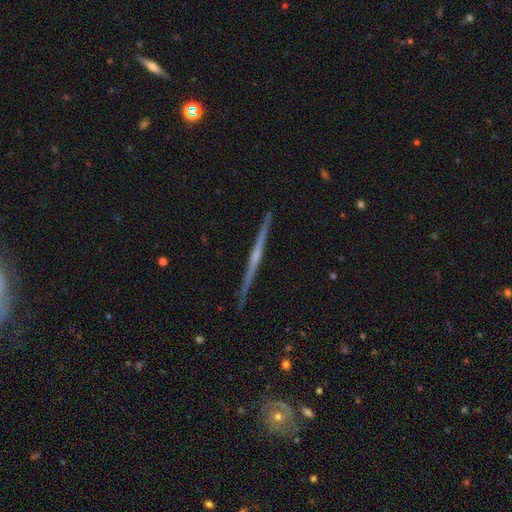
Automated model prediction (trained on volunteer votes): Smooth or featured?
  - featured or disk: 81% *
  - smooth: 13%
  - star or artifact: 6%
Edge-on disk?
  - yes: 99% *
  - no: 1%
Edge-on bulge?
  - rounded: 51% *
  - none: 39%
  - boxy: 10%
Merging?
  - none: 91% *
  - minor disturbance: 6%
  - major disturbance: 1%
  - merger: 1%